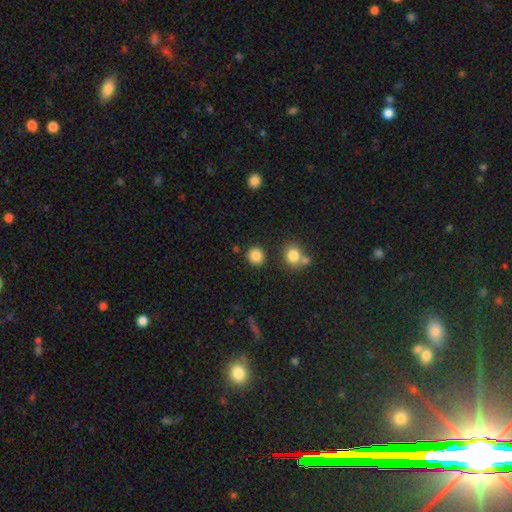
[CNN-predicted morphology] Overall: smooth (86%). How rounded: round (90%). Merging: none (85%).